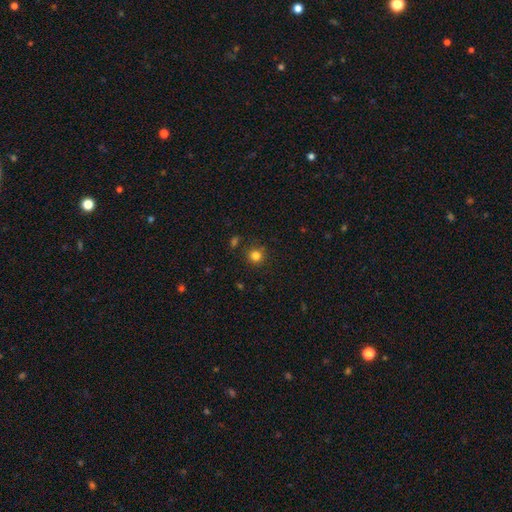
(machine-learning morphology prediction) Smooth or featured? Predicted: smooth (p=0.81). How rounded? Predicted: round (p=0.92). Merging? Predicted: none (p=0.86).